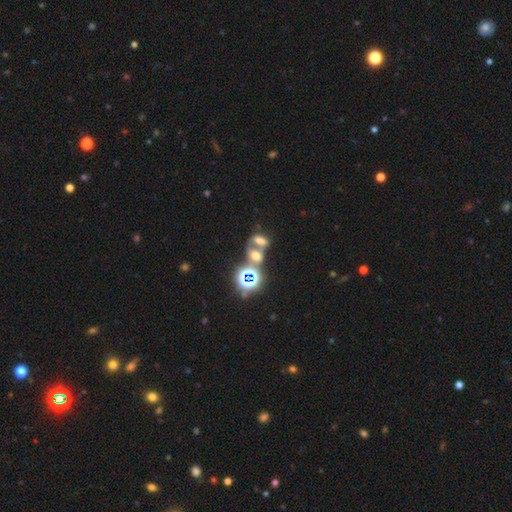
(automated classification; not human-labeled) Smooth or featured? Predicted: smooth (p=0.44). Merging? Predicted: merger (p=0.60).